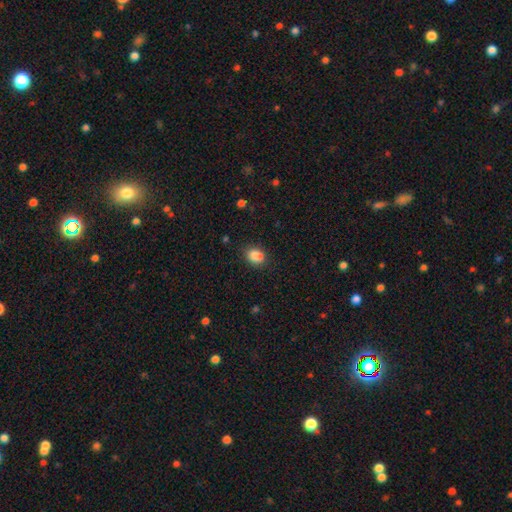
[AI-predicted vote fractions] smooth 86%, star or artifact 10%, featured or disk 5%. Down the decision tree: how rounded — in between (58%); merging — none (77%).